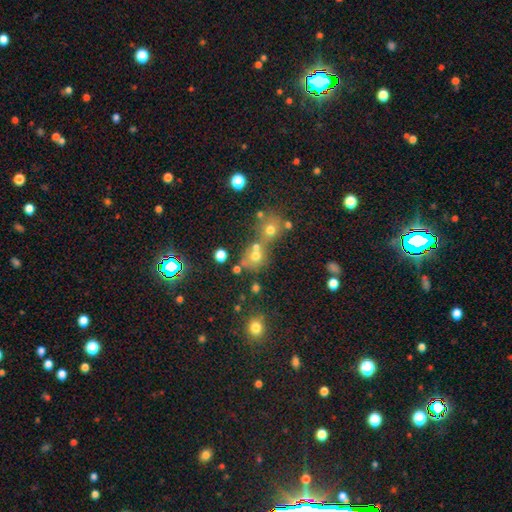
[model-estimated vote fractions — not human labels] Q: Smooth or featured?
A: smooth (59%); runner-up: star or artifact (27%)
Q: How rounded?
A: round (80%); runner-up: in between (19%)
Q: Merging?
A: merger (46%); runner-up: none (43%)